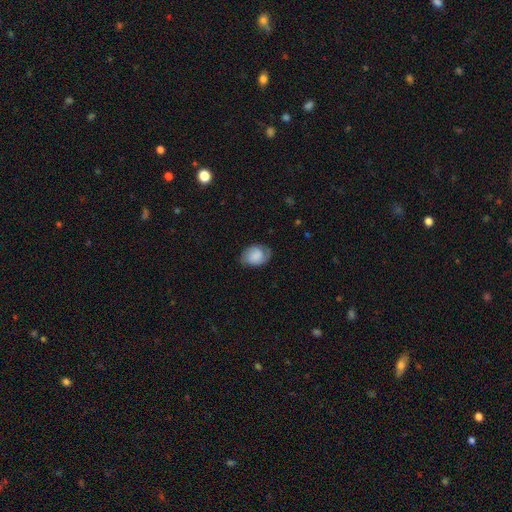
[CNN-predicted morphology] Smooth or featured: smooth — 71% (featured or disk — 21%)
How rounded: in between — 74% (round — 25%)
Merging: none — 65% (minor disturbance — 25%)